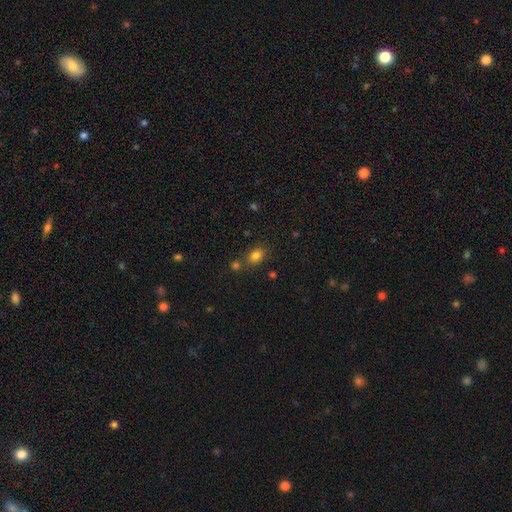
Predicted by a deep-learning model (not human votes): smooth-or-featured: smooth: 80% | star or artifact: 14% | featured or disk: 7%
  how-rounded: in between: 69% | round: 29% | cigar-shaped: 2%
  merging: none: 67% | merger: 17% | minor disturbance: 12% | major disturbance: 4%